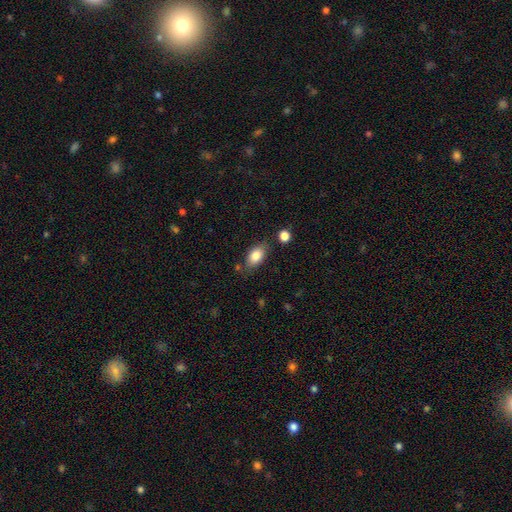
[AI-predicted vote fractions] Morphology: type=smooth (83%); roundness=in between (88%); merging=none (74%).